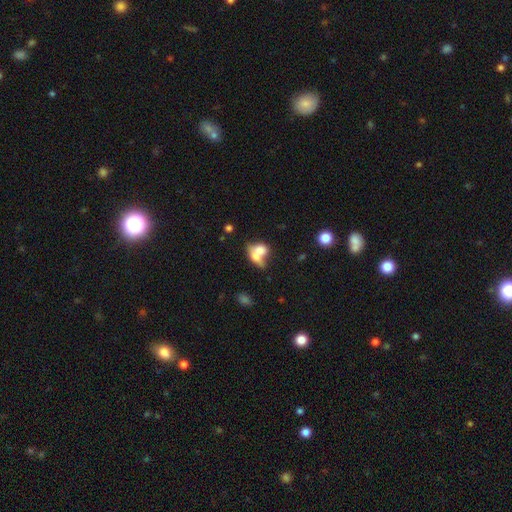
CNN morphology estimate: smooth-or-featured: smooth: 67% | featured or disk: 24% | star or artifact: 9%
  how-rounded: in between: 67% | round: 29% | cigar-shaped: 4%
  merging: merger: 67% | none: 19% | minor disturbance: 8% | major disturbance: 7%